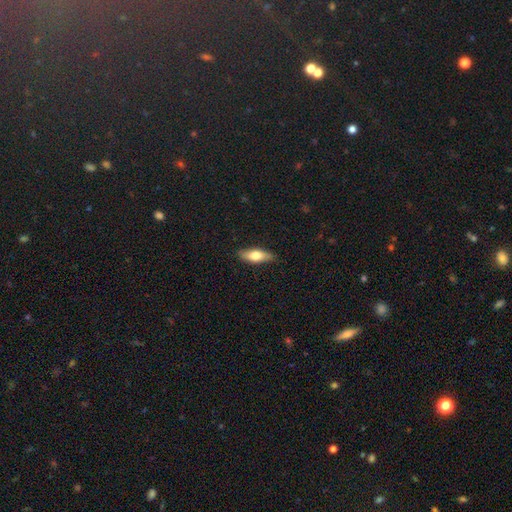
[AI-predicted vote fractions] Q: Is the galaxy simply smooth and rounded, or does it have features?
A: smooth — 68%.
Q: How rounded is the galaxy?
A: in between — 62%.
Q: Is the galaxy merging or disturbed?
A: none — 86%.